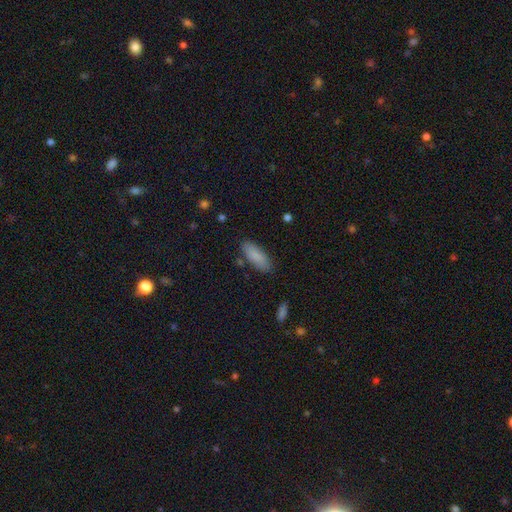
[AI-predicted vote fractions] Smooth or featured? Predicted: smooth (p=0.86). How rounded? Predicted: in between (p=0.71). Merging? Predicted: none (p=0.83).